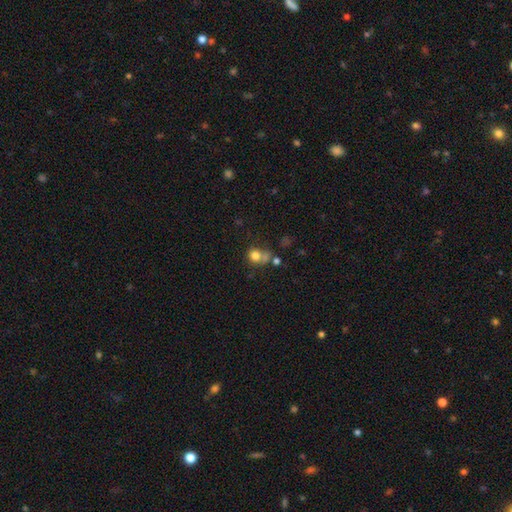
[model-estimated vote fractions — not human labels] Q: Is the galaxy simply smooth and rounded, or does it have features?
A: smooth — 77%.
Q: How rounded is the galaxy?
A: round — 79%.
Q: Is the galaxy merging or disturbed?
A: none — 43%.